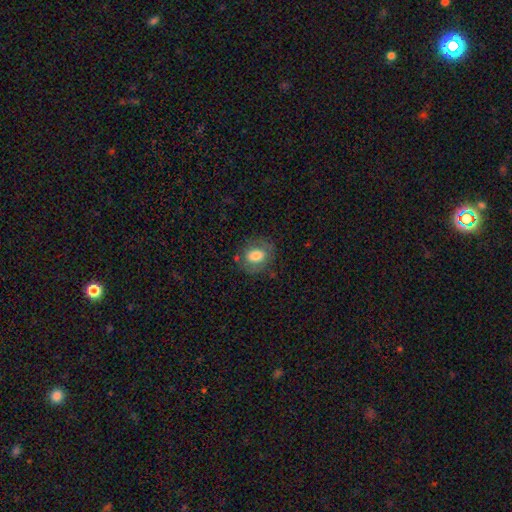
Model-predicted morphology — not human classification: Smooth or featured?
  - smooth: 69% *
  - featured or disk: 23%
  - star or artifact: 8%
How rounded?
  - round: 50% *
  - in between: 49%
  - cigar-shaped: 1%
Merging?
  - none: 75% *
  - minor disturbance: 16%
  - major disturbance: 7%
  - merger: 2%